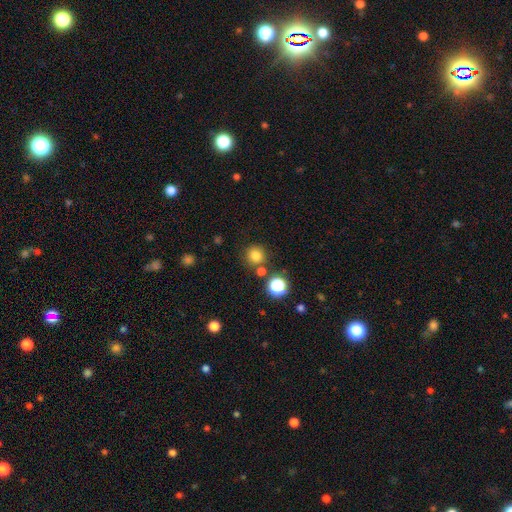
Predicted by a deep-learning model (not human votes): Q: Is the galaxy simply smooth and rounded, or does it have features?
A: smooth — 79%.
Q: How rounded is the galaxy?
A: round — 93%.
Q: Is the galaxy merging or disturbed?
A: none — 80%.